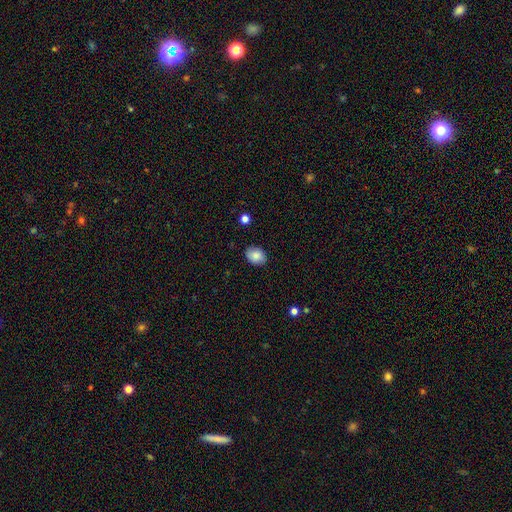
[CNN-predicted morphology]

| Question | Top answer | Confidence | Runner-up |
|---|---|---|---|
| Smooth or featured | smooth | 85% | star or artifact (8%) |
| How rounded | in between | 65% | round (34%) |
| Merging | none | 86% | minor disturbance (11%) |